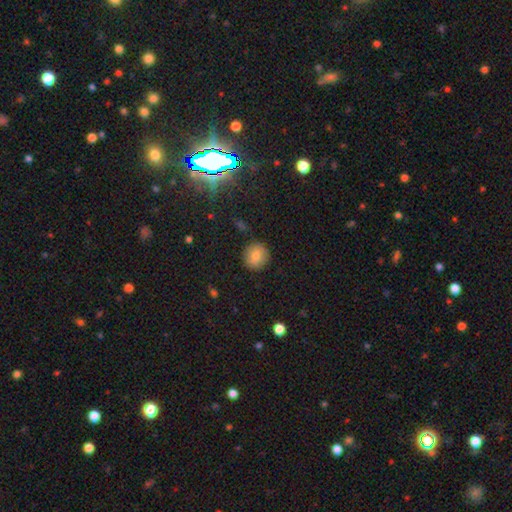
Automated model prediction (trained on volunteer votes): A smooth galaxy with no disk features (76%) that is round (90%).

Vote fractions:
- Smooth or featured? smooth: 76% / star or artifact: 14% / featured or disk: 11%
- How rounded? round: 90% / in between: 9% / cigar-shaped: 1%
- Merging? none: 89% / minor disturbance: 7% / major disturbance: 2% / merger: 1%